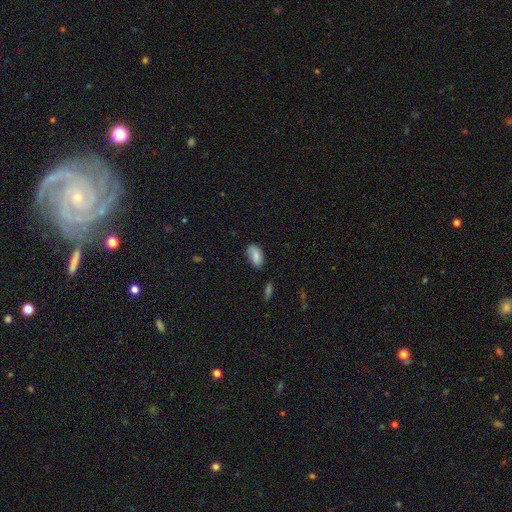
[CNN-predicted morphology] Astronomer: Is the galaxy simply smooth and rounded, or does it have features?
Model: smooth — 82%.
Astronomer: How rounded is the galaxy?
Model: in between — 92%.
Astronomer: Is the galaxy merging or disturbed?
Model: none — 65%.